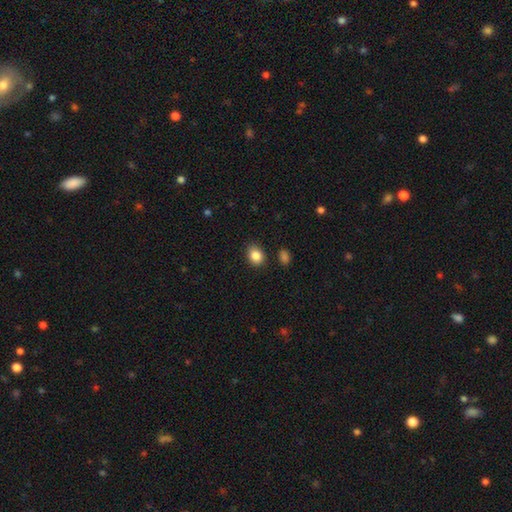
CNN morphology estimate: type=smooth (86%); roundness=in between (54%); merging=none (84%).